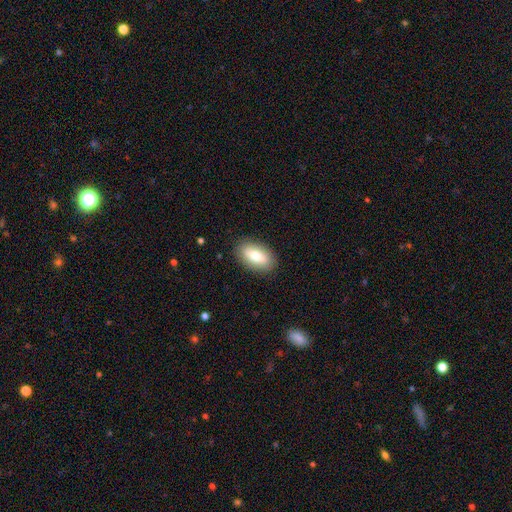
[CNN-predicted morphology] A smooth galaxy with no disk features (74%) that is in between round and cigar-shaped (92%).

Vote fractions:
- Smooth or featured? smooth: 74% / featured or disk: 19% / star or artifact: 7%
- How rounded? in between: 92% / round: 4% / cigar-shaped: 4%
- Merging? none: 88% / minor disturbance: 9% / major disturbance: 2% / merger: 1%